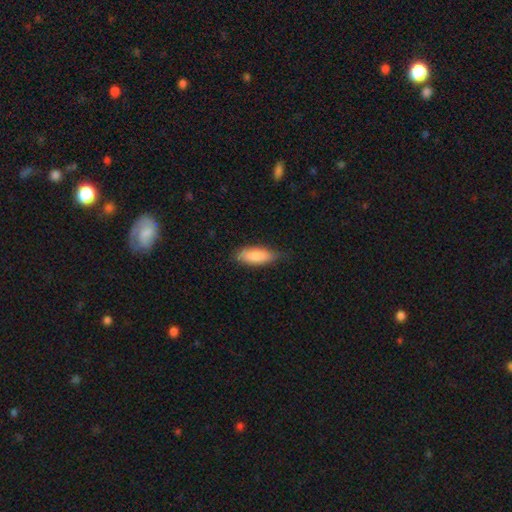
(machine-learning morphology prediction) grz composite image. It shows a smooth galaxy with no disk features (86%) that is in between round and cigar-shaped (71%). Merging: none (73%).